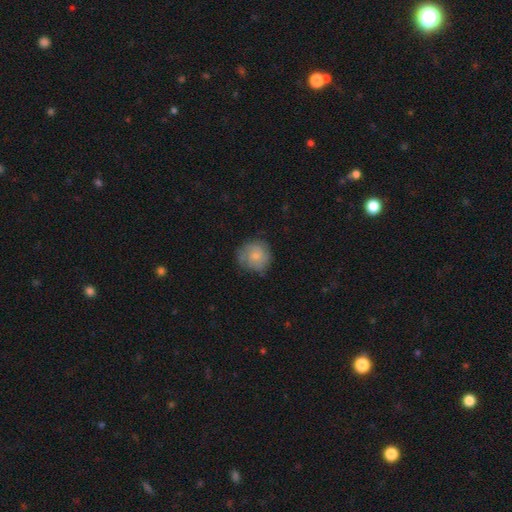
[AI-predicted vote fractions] A smooth galaxy with no disk features (54%) that is round (89%). Merging: none (73%).